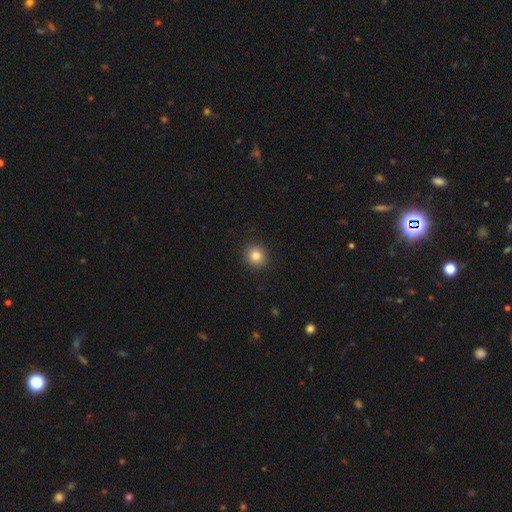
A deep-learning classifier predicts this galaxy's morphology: Smooth or featured: smooth — 83% (star or artifact — 11%)
How rounded: round — 91% (in between — 8%)
Merging: none — 92% (minor disturbance — 5%)